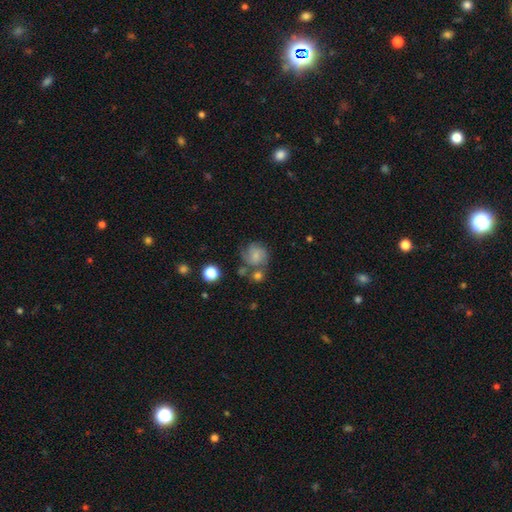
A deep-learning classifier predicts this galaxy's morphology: smooth-or-featured: featured or disk: 46% | smooth: 44% | star or artifact: 10%
  merging: none: 50% | minor disturbance: 20% | merger: 18% | major disturbance: 12%